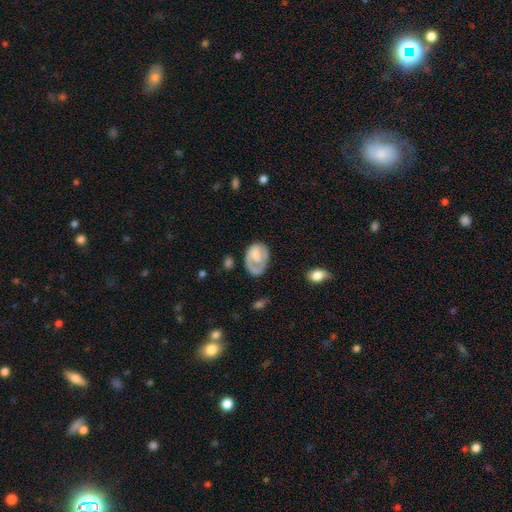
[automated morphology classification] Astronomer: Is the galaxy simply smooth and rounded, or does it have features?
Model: smooth — 48% (runner-up: featured or disk, 46%).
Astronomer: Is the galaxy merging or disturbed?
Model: none — 53%.